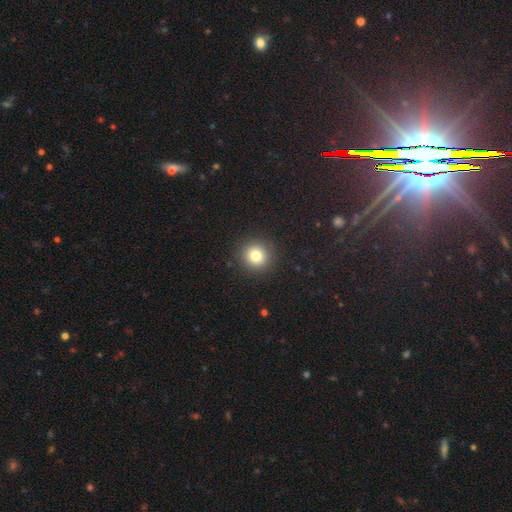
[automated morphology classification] Smooth or featured?
  - smooth: 80% *
  - star or artifact: 12%
  - featured or disk: 8%
How rounded?
  - round: 93% *
  - in between: 6%
  - cigar-shaped: 1%
Merging?
  - none: 91% *
  - minor disturbance: 6%
  - major disturbance: 2%
  - merger: 1%